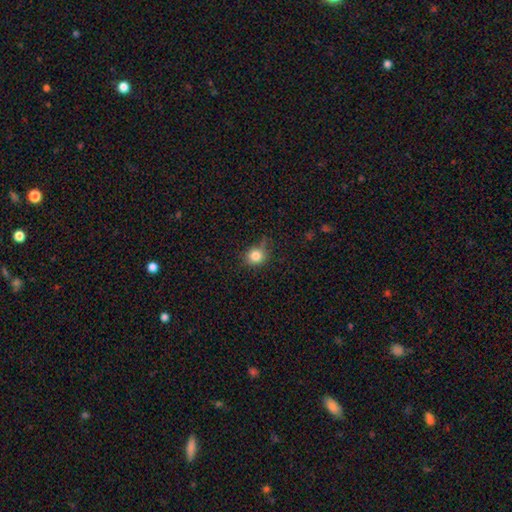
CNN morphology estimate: This appears to be a smooth galaxy with no disk features (83%) that is round (81%). Merging: none (66%).